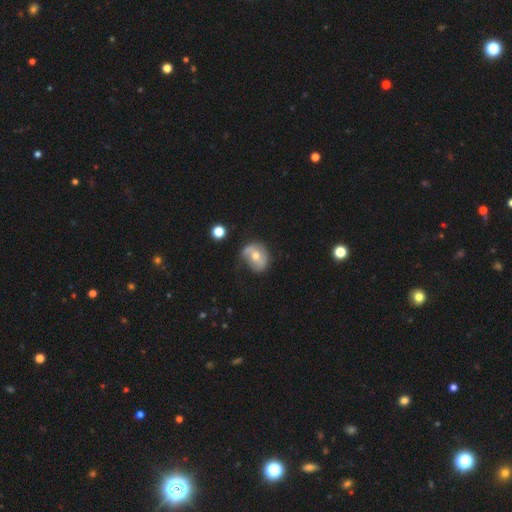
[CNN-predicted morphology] smooth_or_featured: featured or disk (p=0.55) [alt: smooth p=0.37]
disk_edge_on: no (p=0.96) [alt: yes p=0.04]
bar: no (p=0.58) [alt: weak p=0.29]
has_spiral_arms: yes (p=0.70) [alt: no p=0.30]
bulge_size: moderate (p=0.65) [alt: small p=0.31]
merging: none (p=0.48) [alt: minor disturbance p=0.32]